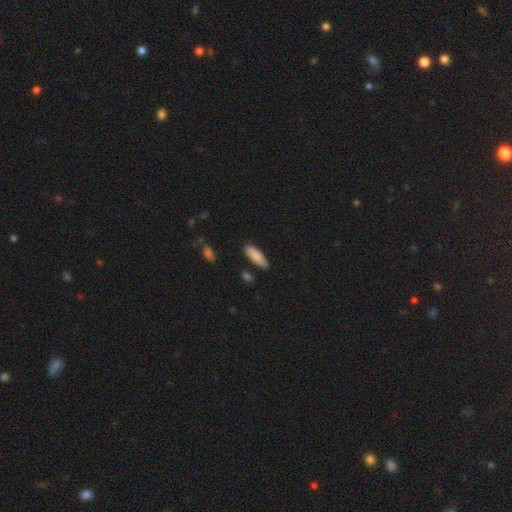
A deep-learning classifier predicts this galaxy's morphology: A smooth galaxy with no disk features (86%) that is in between round and cigar-shaped (53%). Merging: none (81%).